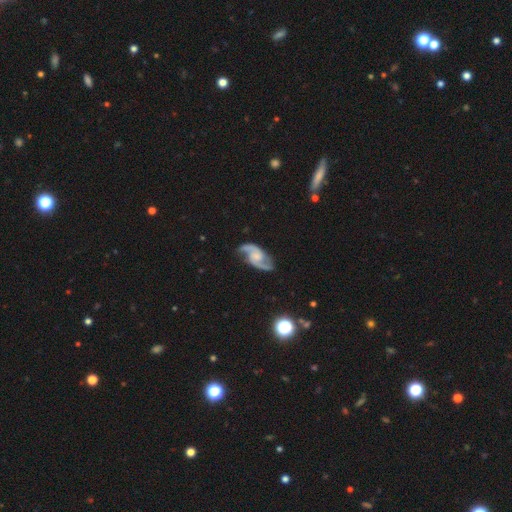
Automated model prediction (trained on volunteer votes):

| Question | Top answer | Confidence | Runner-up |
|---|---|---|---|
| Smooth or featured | featured or disk | 89% | smooth (6%) |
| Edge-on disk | no | 97% | yes (3%) |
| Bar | no | 51% | weak (39%) |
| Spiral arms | yes | 98% | no (2%) |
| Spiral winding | medium | 48% | loose (40%) |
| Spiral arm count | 2 | 94% | can't tell (2%) |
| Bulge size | none | 35% | small (31%) |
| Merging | none | 78% | minor disturbance (15%) |